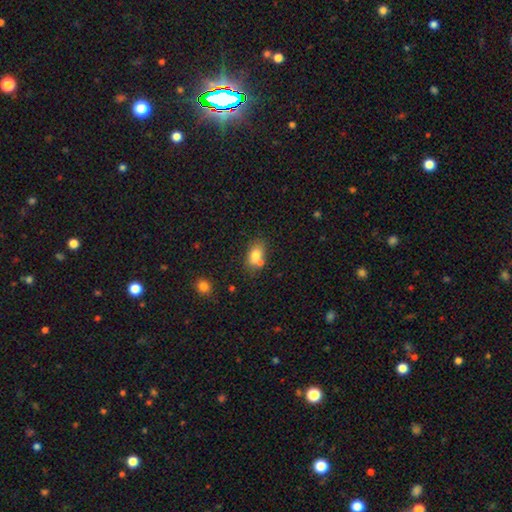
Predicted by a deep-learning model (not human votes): smooth-or-featured: smooth: 75% | featured or disk: 15% | star or artifact: 10%
  how-rounded: in between: 78% | round: 20% | cigar-shaped: 2%
  merging: none: 49% | merger: 32% | minor disturbance: 15% | major disturbance: 4%